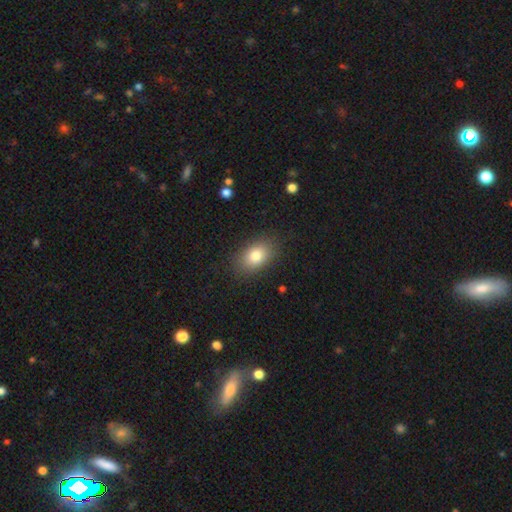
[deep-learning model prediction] Q: Smooth or featured?
A: smooth (81%); runner-up: featured or disk (10%)
Q: How rounded?
A: in between (84%); runner-up: round (14%)
Q: Merging?
A: none (84%); runner-up: minor disturbance (11%)